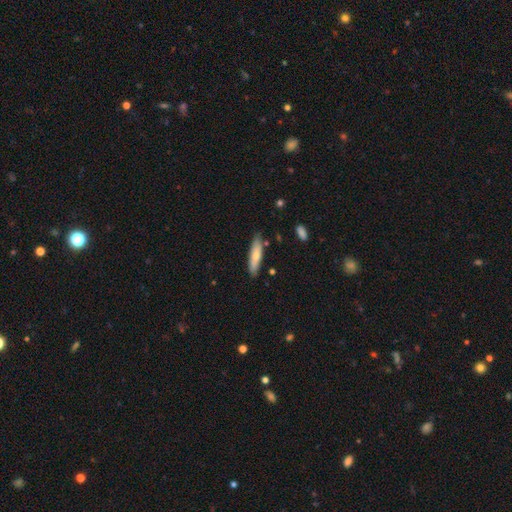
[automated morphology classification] smooth 68%, featured or disk 27%, star or artifact 6%. Down the decision tree: how rounded — cigar-shaped (72%); merging — none (79%).